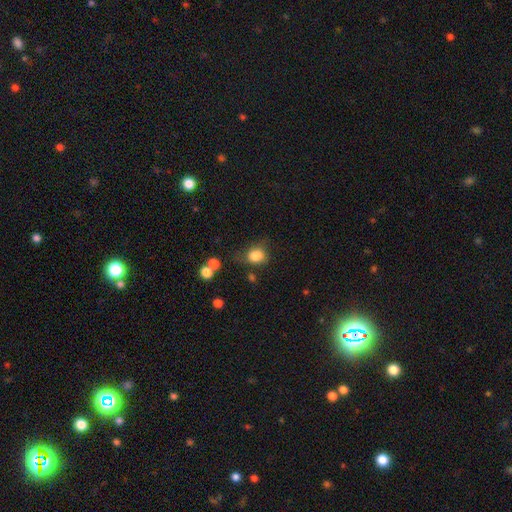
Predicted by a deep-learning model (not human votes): Smooth or featured?
  - smooth: 83% *
  - star or artifact: 11%
  - featured or disk: 7%
How rounded?
  - in between: 50% *
  - round: 48%
  - cigar-shaped: 1%
Merging?
  - none: 54% *
  - minor disturbance: 26%
  - major disturbance: 12%
  - merger: 7%